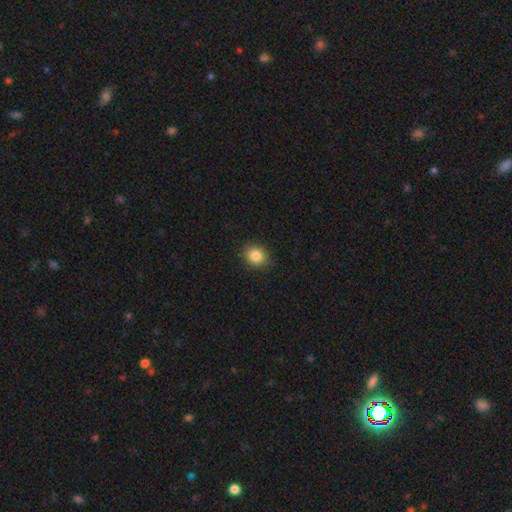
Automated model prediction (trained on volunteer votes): Morphology: type=smooth (85%); roundness=round (68%); merging=none (89%).